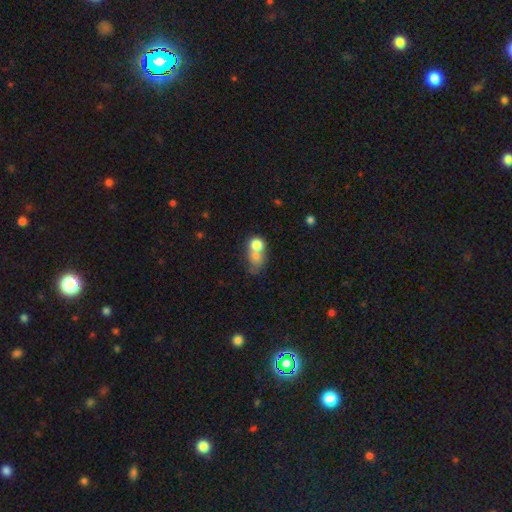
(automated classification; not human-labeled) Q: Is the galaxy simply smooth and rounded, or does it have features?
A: smooth — 71%.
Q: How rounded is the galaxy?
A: round — 58%.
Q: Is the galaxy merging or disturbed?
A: merger — 66%.